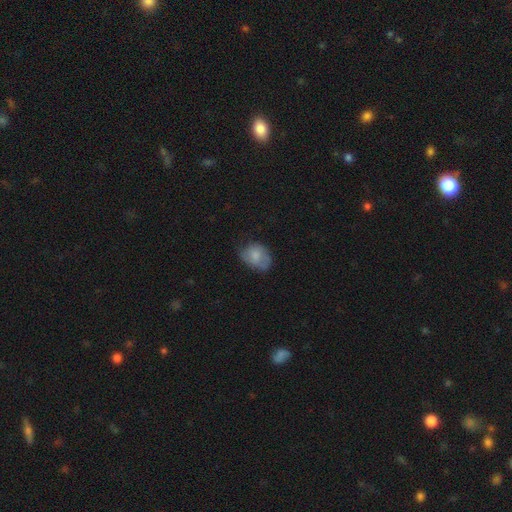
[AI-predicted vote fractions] Smooth or featured? Predicted: smooth (p=0.73). How rounded? Predicted: in between (p=0.65). Merging? Predicted: none (p=0.53).